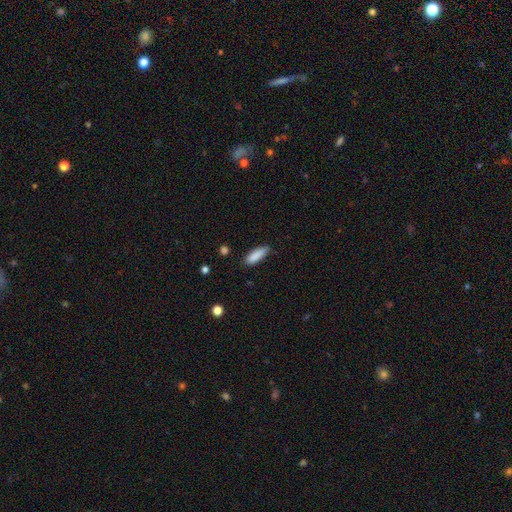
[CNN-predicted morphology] smooth_or_featured: smooth (p=0.87) [alt: star or artifact p=0.07]
how_rounded: cigar-shaped (p=0.52) [alt: in between p=0.46]
merging: none (p=0.78) [alt: minor disturbance p=0.17]